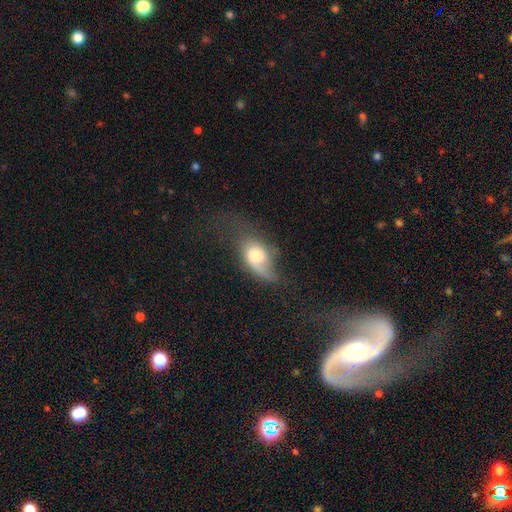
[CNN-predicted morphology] A smooth galaxy with no disk features (55%) that is in between round and cigar-shaped (81%). Merging: major disturbance (41%).